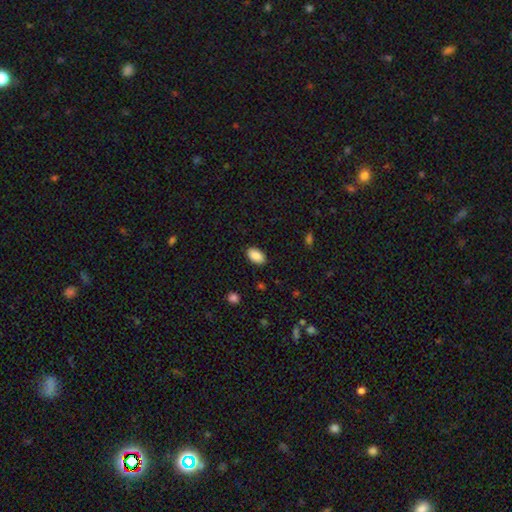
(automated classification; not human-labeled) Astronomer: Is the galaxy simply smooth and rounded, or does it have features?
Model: smooth — 89%.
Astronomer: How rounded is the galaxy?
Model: in between — 93%.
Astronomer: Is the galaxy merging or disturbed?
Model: none — 87%.